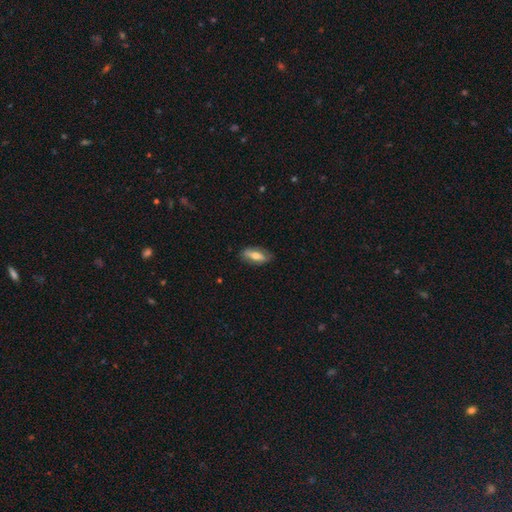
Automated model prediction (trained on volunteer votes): smooth-or-featured: smooth: 55% | featured or disk: 38% | star or artifact: 7%
  how-rounded: in between: 78% | cigar-shaped: 19% | round: 4%
  merging: none: 81% | minor disturbance: 15% | major disturbance: 3% | merger: 1%